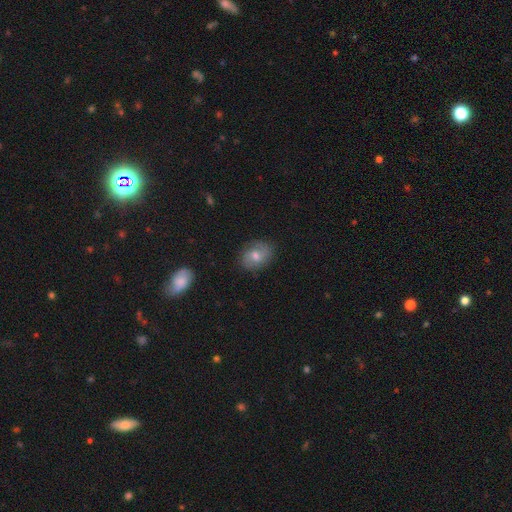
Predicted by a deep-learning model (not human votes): smooth-or-featured: smooth: 49% | featured or disk: 41% | star or artifact: 10%
  merging: none: 80% | minor disturbance: 15% | major disturbance: 4% | merger: 1%